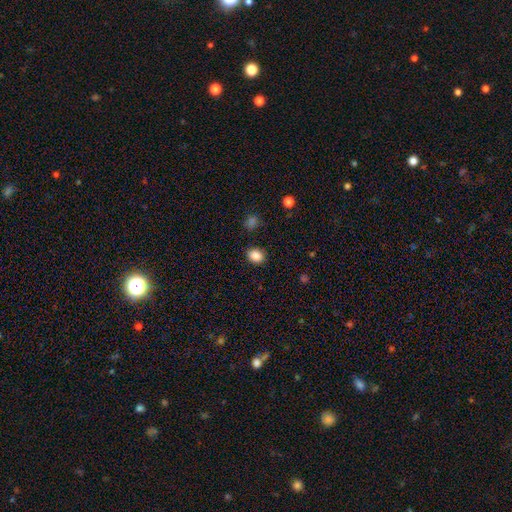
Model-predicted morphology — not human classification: A smooth galaxy with no disk features (87%) that is round (53%). Merging: none (87%).